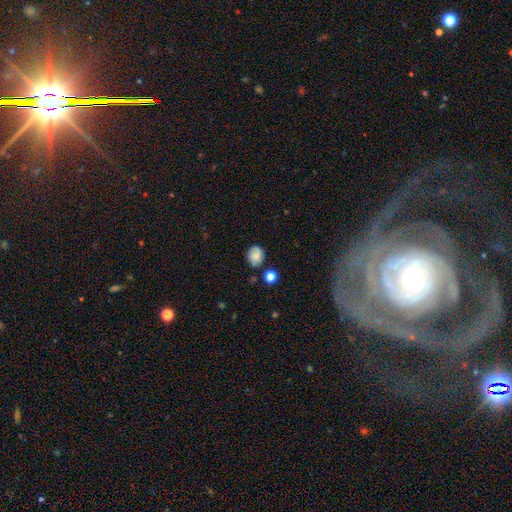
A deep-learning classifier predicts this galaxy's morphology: Q: Smooth or featured?
A: smooth (60%); runner-up: featured or disk (29%)
Q: How rounded?
A: round (66%); runner-up: in between (32%)
Q: Merging?
A: none (73%); runner-up: minor disturbance (18%)